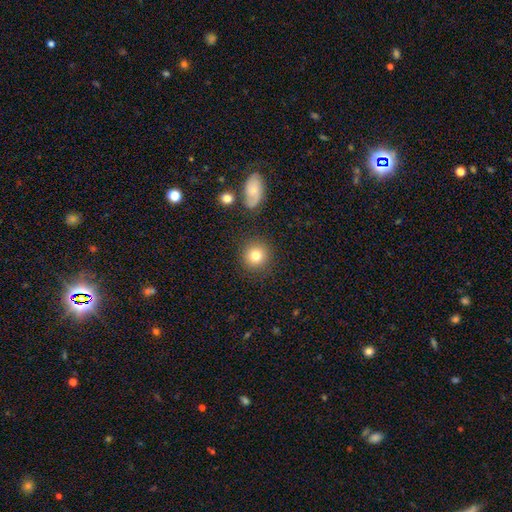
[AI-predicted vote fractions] Morphology: type=smooth (81%); roundness=round (92%); merging=none (88%).